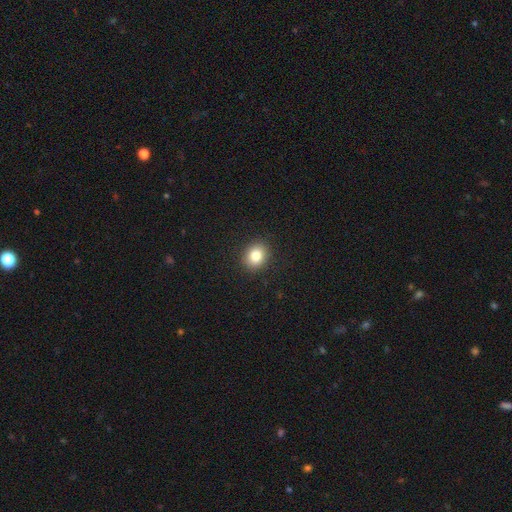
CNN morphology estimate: smooth-or-featured: smooth: 82% | star or artifact: 10% | featured or disk: 8%
  how-rounded: round: 61% | in between: 38% | cigar-shaped: 1%
  merging: none: 90% | minor disturbance: 7% | major disturbance: 2% | merger: 1%